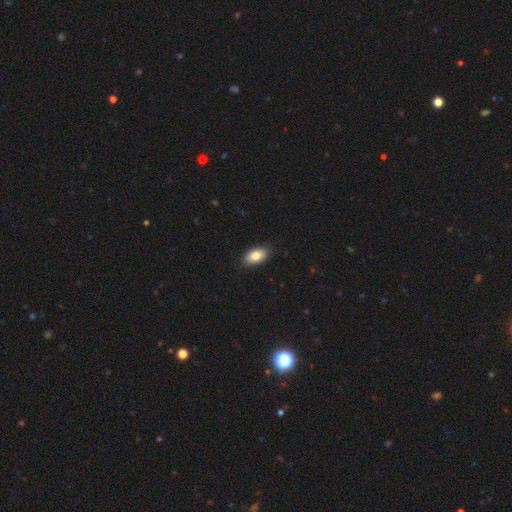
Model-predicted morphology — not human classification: smooth-or-featured: smooth: 84% | featured or disk: 9% | star or artifact: 7%
  how-rounded: in between: 93% | round: 4% | cigar-shaped: 3%
  merging: none: 88% | minor disturbance: 9% | major disturbance: 2% | merger: 1%